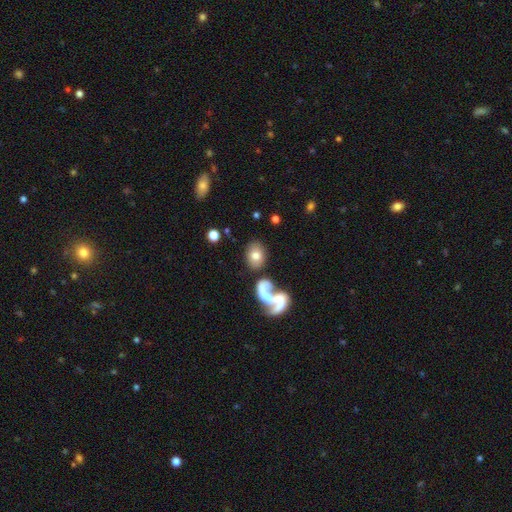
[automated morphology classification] A smooth galaxy with no disk features (69%) that is in between round and cigar-shaped (68%). Merging: none (60%).